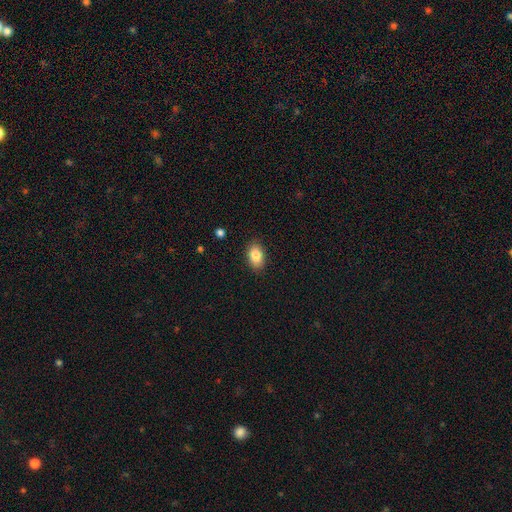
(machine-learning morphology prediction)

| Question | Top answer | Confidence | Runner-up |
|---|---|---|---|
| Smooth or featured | smooth | 86% | star or artifact (8%) |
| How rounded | in between | 89% | round (10%) |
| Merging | none | 87% | minor disturbance (9%) |